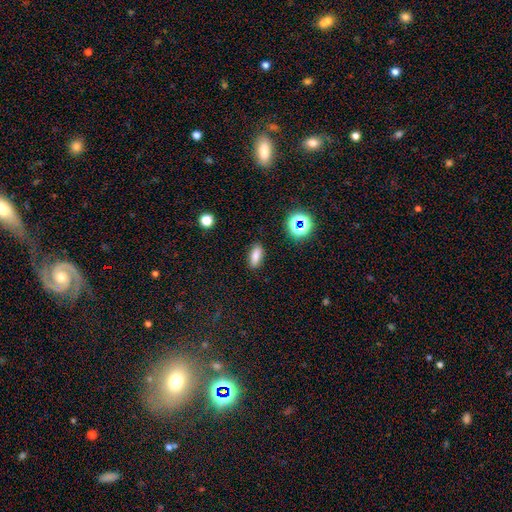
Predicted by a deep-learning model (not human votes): A smooth galaxy with no disk features (76%) that is in between round and cigar-shaped (75%).

Vote fractions:
- Smooth or featured? smooth: 76% / star or artifact: 14% / featured or disk: 10%
- How rounded? in between: 75% / cigar-shaped: 20% / round: 5%
- Merging? none: 87% / minor disturbance: 9% / major disturbance: 2% / merger: 1%